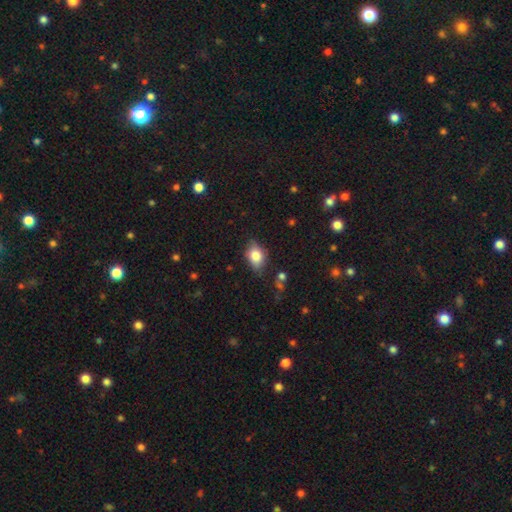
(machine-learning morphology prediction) This appears to be a smooth galaxy with no disk features (77%) that is in between round and cigar-shaped (78%). Merging: none (71%).